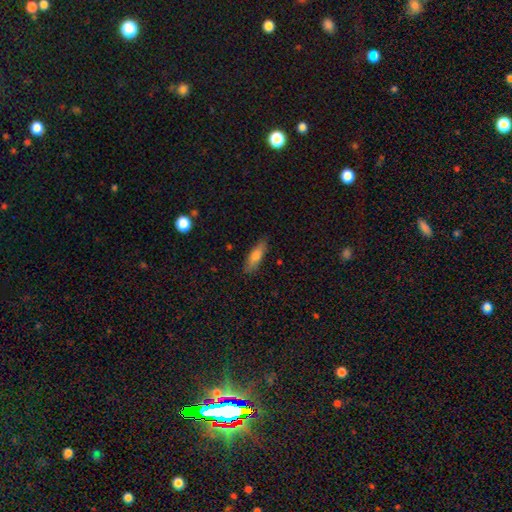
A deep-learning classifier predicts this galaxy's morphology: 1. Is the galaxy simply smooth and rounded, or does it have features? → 76% smooth, 17% featured or disk, 7% star or artifact.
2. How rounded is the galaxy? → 53% cigar-shaped, 45% in between, 2% round.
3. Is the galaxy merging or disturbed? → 85% none, 11% minor disturbance, 2% major disturbance, 1% merger.